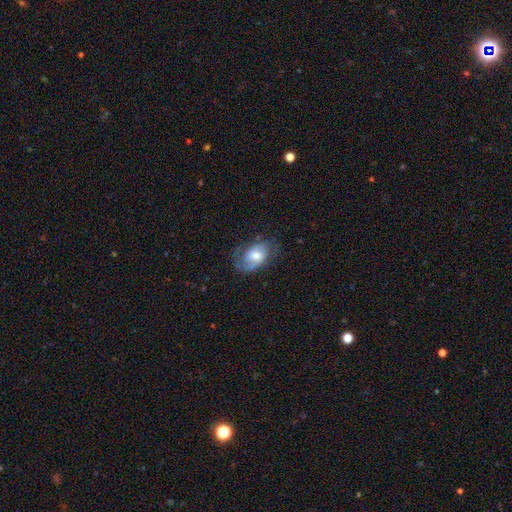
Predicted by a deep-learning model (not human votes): The model was most divided on "bar": no: 46%, weak: 42%, strong: 12%. Remaining: edge-on disk — no (95%); spiral arms — yes (85%); smooth or featured — featured or disk (64%); spiral arm count — 2 (62%); bulge size — moderate (60%); merging — none (60%); spiral winding — medium (44%).